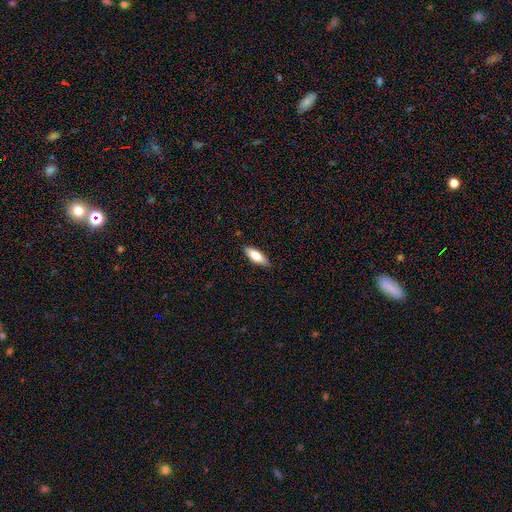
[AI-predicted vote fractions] smooth 74%, featured or disk 20%, star or artifact 6%. Down the decision tree: how rounded — in between (66%); merging — none (87%).